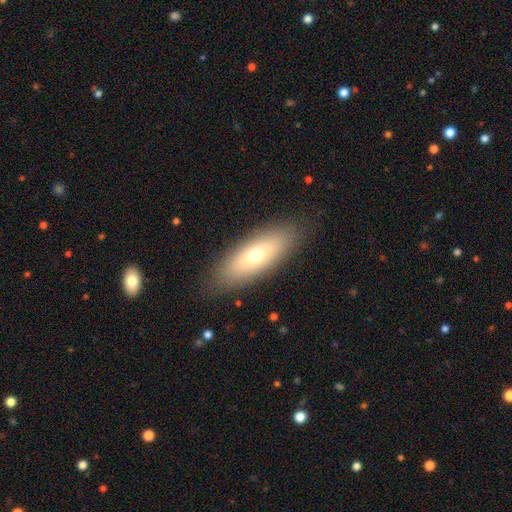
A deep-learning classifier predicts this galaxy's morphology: A smooth galaxy with no disk features (61%) that is in between round and cigar-shaped (63%).

Vote fractions:
- Smooth or featured? smooth: 61% / featured or disk: 30% / star or artifact: 8%
- How rounded? in between: 63% / cigar-shaped: 34% / round: 3%
- Merging? none: 87% / minor disturbance: 9% / major disturbance: 3% / merger: 1%